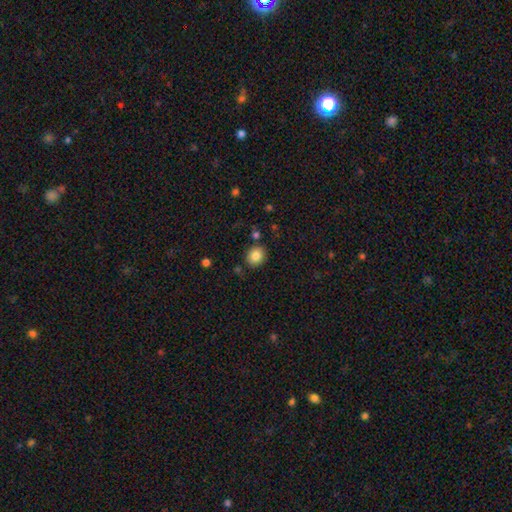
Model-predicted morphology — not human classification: smooth_or_featured: smooth (p=0.85) [alt: star or artifact p=0.09]
how_rounded: round (p=0.70) [alt: in between p=0.29]
merging: none (p=0.84) [alt: minor disturbance p=0.09]